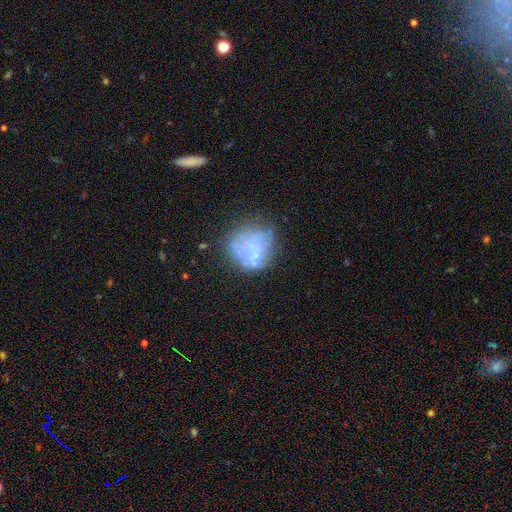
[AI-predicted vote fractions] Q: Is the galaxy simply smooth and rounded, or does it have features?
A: featured or disk — 55%.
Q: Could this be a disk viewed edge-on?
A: no — 98%.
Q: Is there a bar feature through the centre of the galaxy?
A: no — 91%.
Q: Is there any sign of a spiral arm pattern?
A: no — 91%.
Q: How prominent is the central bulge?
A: none — 58%.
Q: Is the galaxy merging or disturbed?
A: none — 49%.